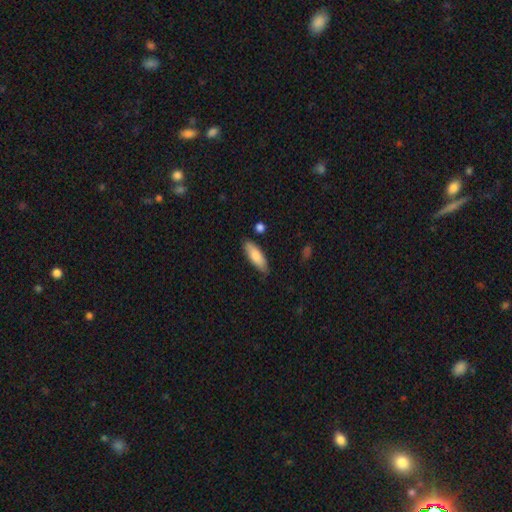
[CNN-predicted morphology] smooth 83%, featured or disk 12%, star or artifact 6%. Down the decision tree: how rounded — in between (61%); merging — none (79%).